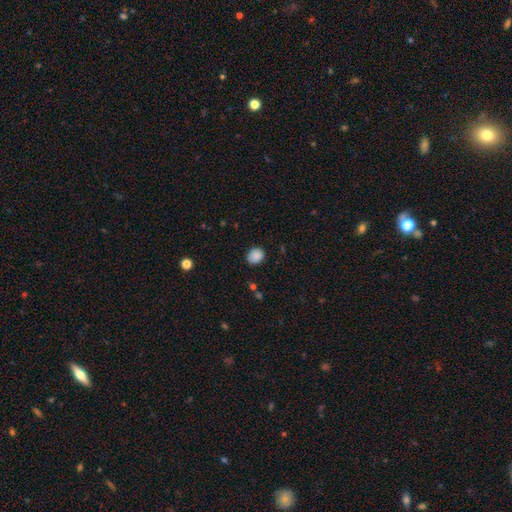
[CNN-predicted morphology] Q: Smooth or featured?
A: smooth (88%); runner-up: star or artifact (9%)
Q: How rounded?
A: round (62%); runner-up: in between (37%)
Q: Merging?
A: none (83%); runner-up: minor disturbance (13%)